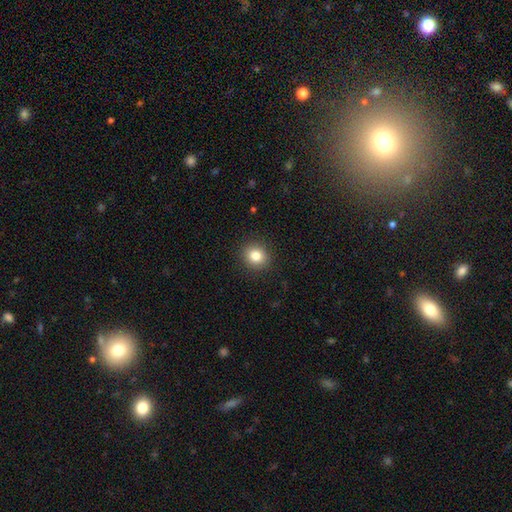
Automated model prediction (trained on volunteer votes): A smooth galaxy with no disk features (82%) that is round (84%). Merging: none (91%).